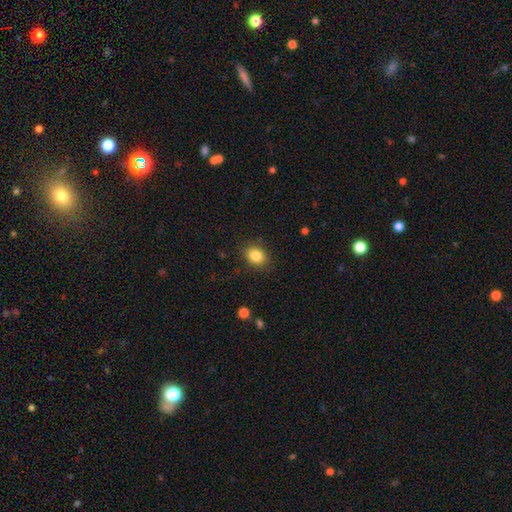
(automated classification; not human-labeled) This is clearly a smooth galaxy (85%). How rounded: possibly in between (58%). Merging: clearly none (85%).